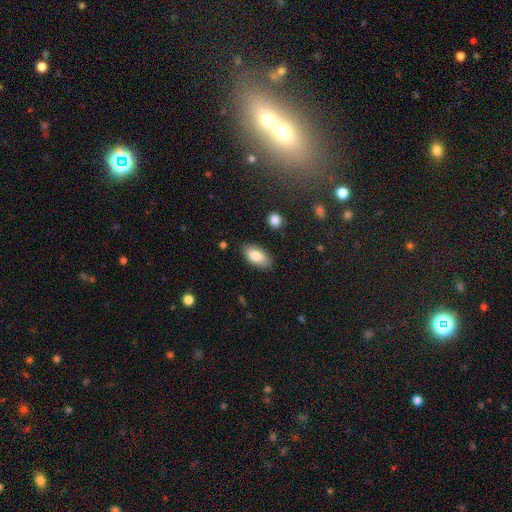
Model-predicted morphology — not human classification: Overall: smooth (84%). How rounded: in between (92%). Merging: none (85%).